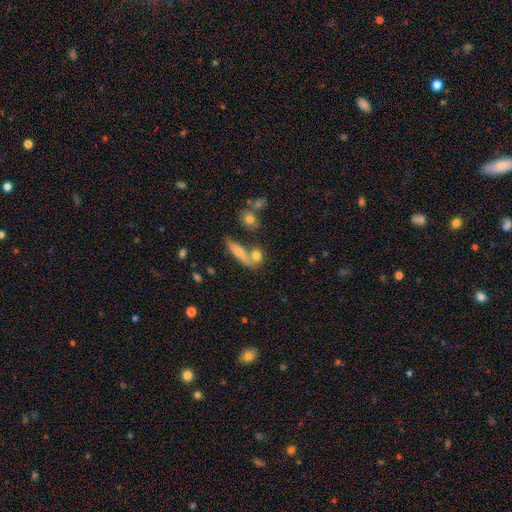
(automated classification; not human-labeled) This is possibly a smooth galaxy (52%). How rounded: marginally in between (39%). Merging: possibly none (50%).